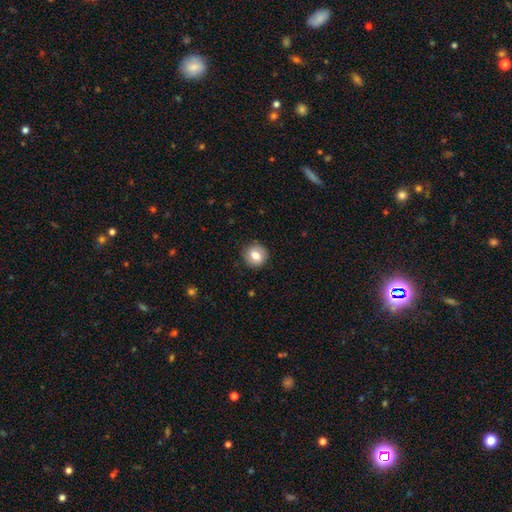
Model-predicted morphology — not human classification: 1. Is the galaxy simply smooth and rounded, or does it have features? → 77% smooth, 14% featured or disk, 9% star or artifact.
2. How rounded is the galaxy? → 87% round, 12% in between, 1% cigar-shaped.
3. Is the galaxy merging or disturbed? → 88% none, 9% minor disturbance, 3% major disturbance, 1% merger.